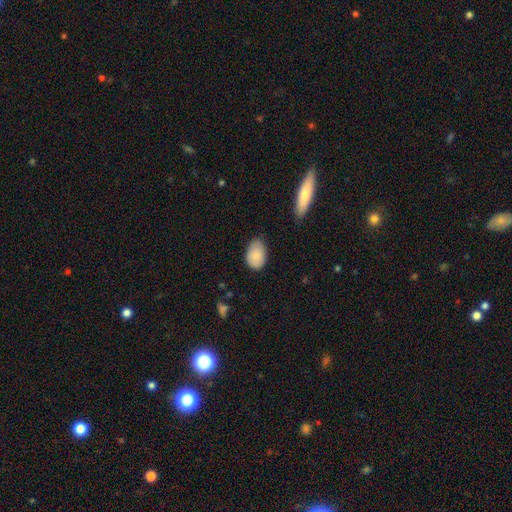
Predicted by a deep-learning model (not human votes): A smooth galaxy with no disk features (86%) that is in between round and cigar-shaped (88%). Merging: none (73%).